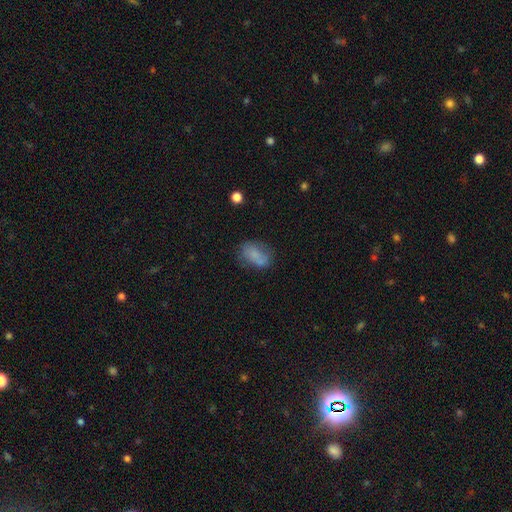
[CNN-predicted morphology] This is likely a smooth galaxy (75%). How rounded: clearly in between (86%). Merging: possibly none (57%).